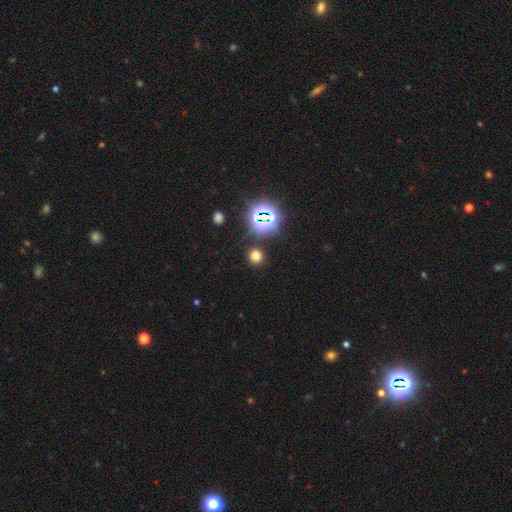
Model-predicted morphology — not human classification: type=smooth (68%); roundness=round (87%); merging=none (86%).